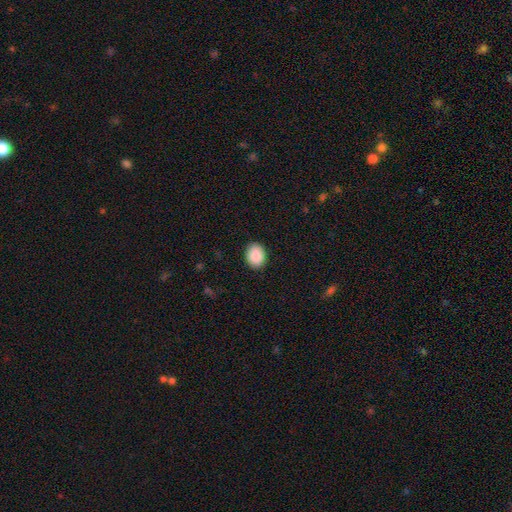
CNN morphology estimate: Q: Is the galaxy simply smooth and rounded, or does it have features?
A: smooth — 90%.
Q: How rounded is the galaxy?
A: in between — 59%.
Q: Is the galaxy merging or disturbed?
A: none — 89%.